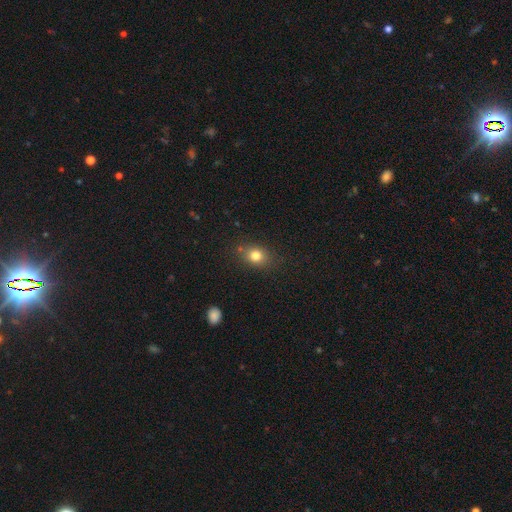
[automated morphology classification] type=smooth (80%); roundness=round (49%, tied with in between); merging=none (78%).